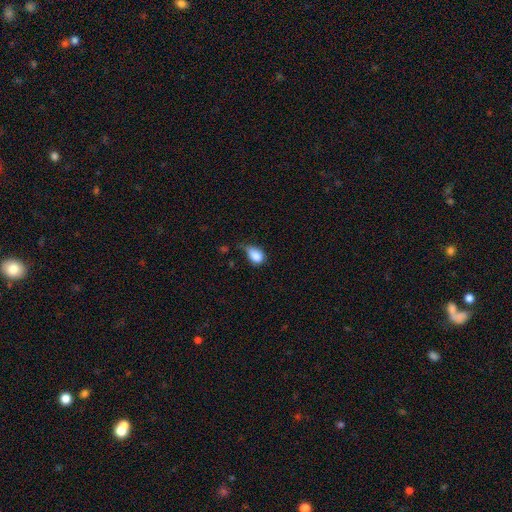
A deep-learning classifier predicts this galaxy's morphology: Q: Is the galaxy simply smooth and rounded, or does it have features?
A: smooth — 84%.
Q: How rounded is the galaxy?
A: in between — 76%.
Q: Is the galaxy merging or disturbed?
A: minor disturbance — 45%.